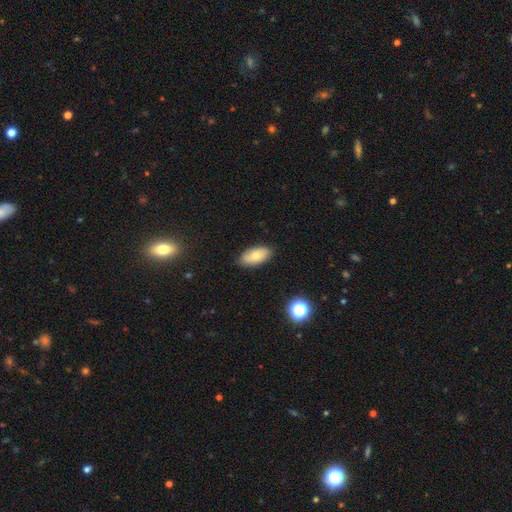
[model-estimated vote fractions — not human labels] smooth_or_featured: smooth (p=0.73) [alt: featured or disk p=0.18]
how_rounded: in between (p=0.91) [alt: cigar-shaped p=0.05]
merging: none (p=0.85) [alt: minor disturbance p=0.12]